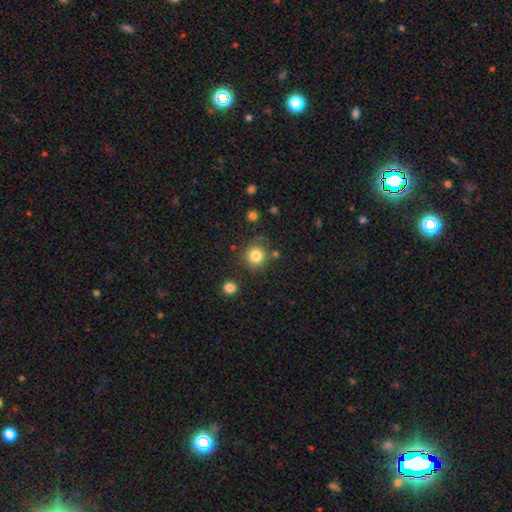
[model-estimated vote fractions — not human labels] Smooth or featured?
  - smooth: 83% *
  - star or artifact: 11%
  - featured or disk: 6%
How rounded?
  - round: 93% *
  - in between: 6%
  - cigar-shaped: 1%
Merging?
  - none: 83% *
  - minor disturbance: 9%
  - merger: 5%
  - major disturbance: 3%